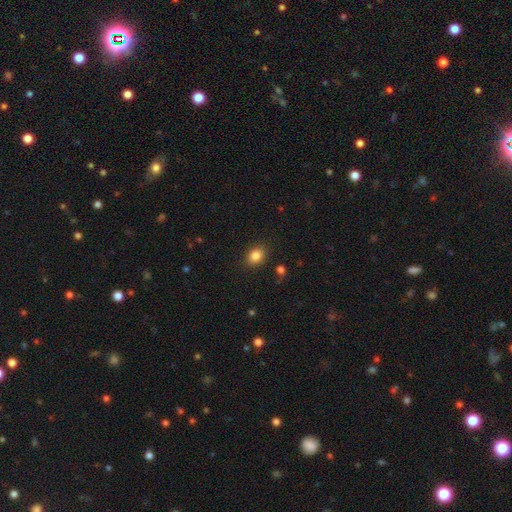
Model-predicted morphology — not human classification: smooth_or_featured: smooth (p=0.85) [alt: star or artifact p=0.10]
how_rounded: in between (p=0.58) [alt: round p=0.41]
merging: none (p=0.86) [alt: minor disturbance p=0.09]